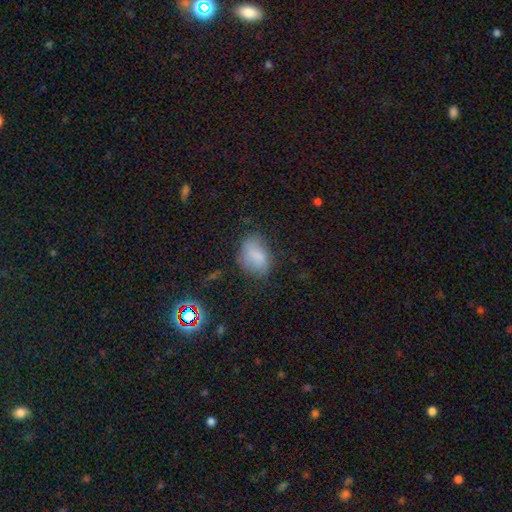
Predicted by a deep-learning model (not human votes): smooth_or_featured: smooth (p=0.74) [alt: featured or disk p=0.14]
how_rounded: in between (p=0.76) [alt: round p=0.22]
merging: none (p=0.60) [alt: minor disturbance p=0.27]